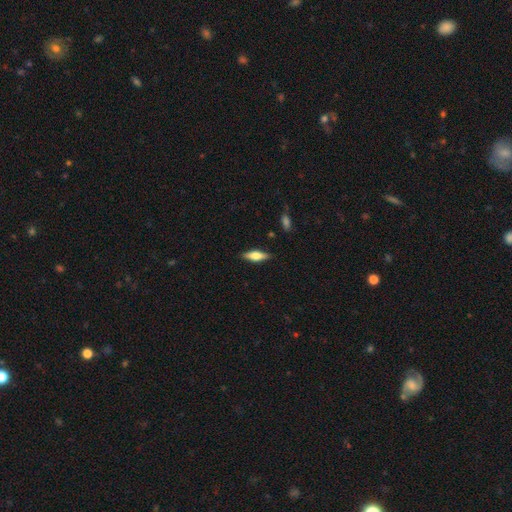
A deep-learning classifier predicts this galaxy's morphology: Smooth or featured?
  - smooth: 52% *
  - featured or disk: 42%
  - star or artifact: 7%
How rounded?
  - in between: 55% *
  - cigar-shaped: 43%
  - round: 3%
Merging?
  - none: 86% *
  - minor disturbance: 11%
  - major disturbance: 2%
  - merger: 1%